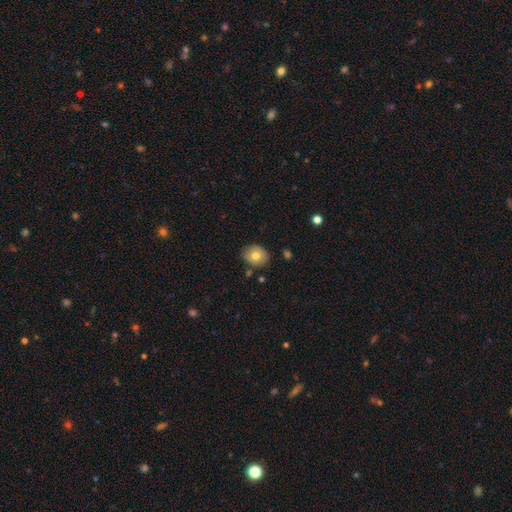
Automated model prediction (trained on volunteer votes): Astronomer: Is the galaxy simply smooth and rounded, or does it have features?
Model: smooth — 76%.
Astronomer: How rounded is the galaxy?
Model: in between — 54% (runner-up: round, 46%).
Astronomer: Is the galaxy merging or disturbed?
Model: none — 82%.